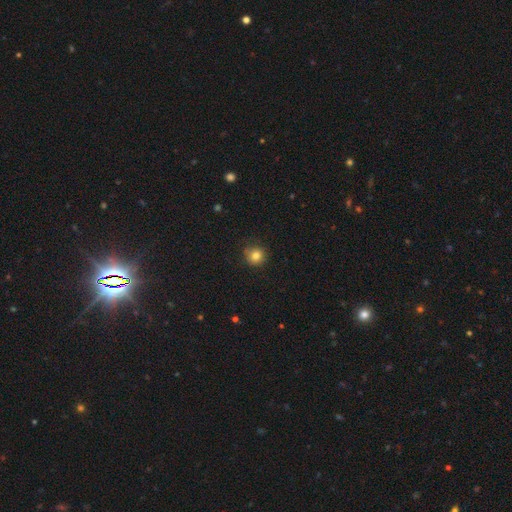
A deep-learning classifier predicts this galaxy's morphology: Q: Smooth or featured?
A: smooth (82%); runner-up: star or artifact (11%)
Q: How rounded?
A: round (91%); runner-up: in between (8%)
Q: Merging?
A: none (82%); runner-up: minor disturbance (14%)